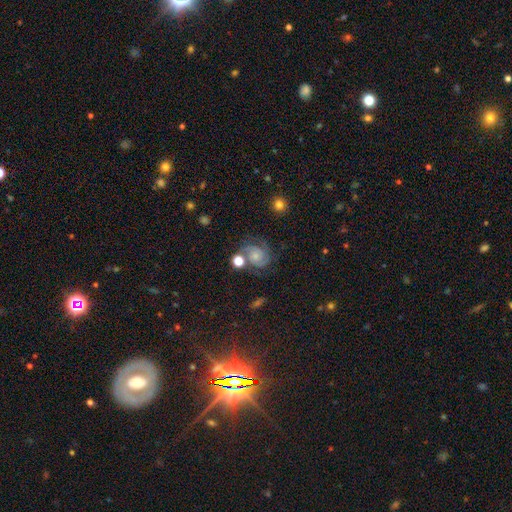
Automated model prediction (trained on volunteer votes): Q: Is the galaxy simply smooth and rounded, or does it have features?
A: featured or disk — 75%.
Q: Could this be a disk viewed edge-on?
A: no — 98%.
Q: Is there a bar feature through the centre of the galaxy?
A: no — 75%.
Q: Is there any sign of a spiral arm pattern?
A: yes — 96%.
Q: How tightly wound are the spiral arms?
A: tight — 58%.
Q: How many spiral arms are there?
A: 2 — 68%.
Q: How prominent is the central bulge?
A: small — 57%.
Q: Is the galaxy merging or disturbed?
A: none — 63%.